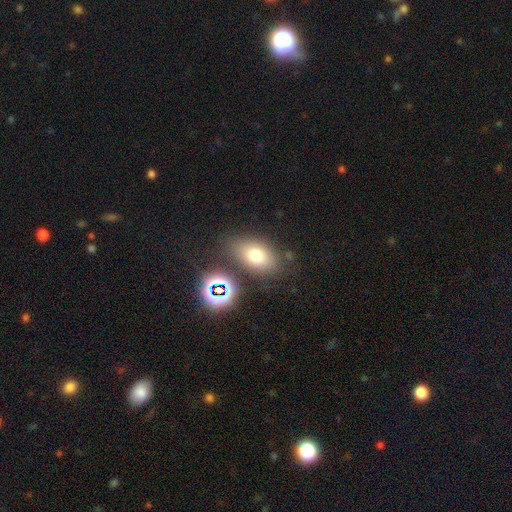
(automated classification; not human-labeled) smooth_or_featured: smooth (p=0.73) [alt: star or artifact p=0.15]
how_rounded: in between (p=0.82) [alt: round p=0.16]
merging: none (p=0.76) [alt: minor disturbance p=0.13]